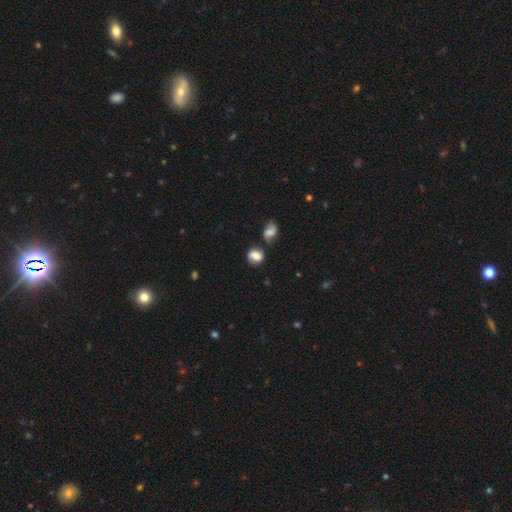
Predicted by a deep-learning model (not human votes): This appears to be a smooth galaxy with no disk features (73%) that is round (50%). Merging: none (58%).